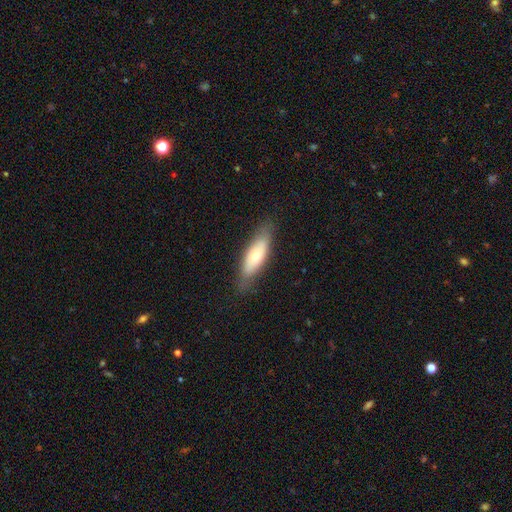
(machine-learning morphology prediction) A smooth galaxy with no disk features (59%) that is in between round and cigar-shaped (57%).

Vote fractions:
- Smooth or featured? smooth: 59% / featured or disk: 35% / star or artifact: 6%
- How rounded? in between: 57% / cigar-shaped: 41% / round: 2%
- Merging? none: 80% / minor disturbance: 15% / major disturbance: 4% / merger: 1%